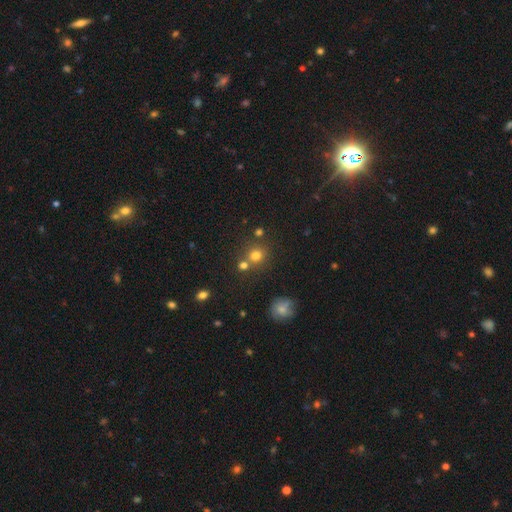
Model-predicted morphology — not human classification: Smooth or featured?
  - smooth: 74% *
  - star or artifact: 17%
  - featured or disk: 9%
How rounded?
  - round: 85% *
  - in between: 14%
  - cigar-shaped: 1%
Merging?
  - none: 64% *
  - merger: 23%
  - minor disturbance: 9%
  - major disturbance: 4%